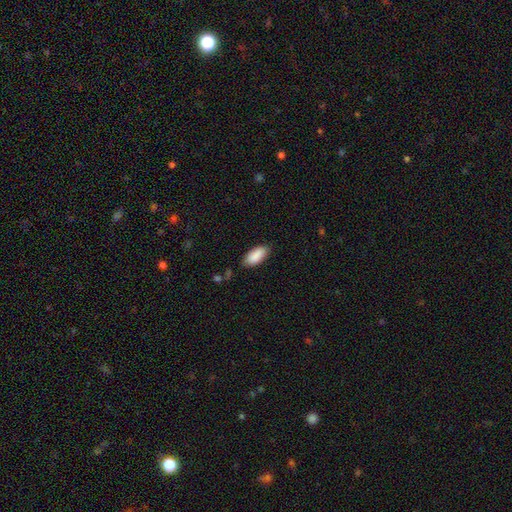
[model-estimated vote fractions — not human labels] This appears to be a smooth galaxy with no disk features (89%) that is in between round and cigar-shaped (88%). Merging: none (82%).